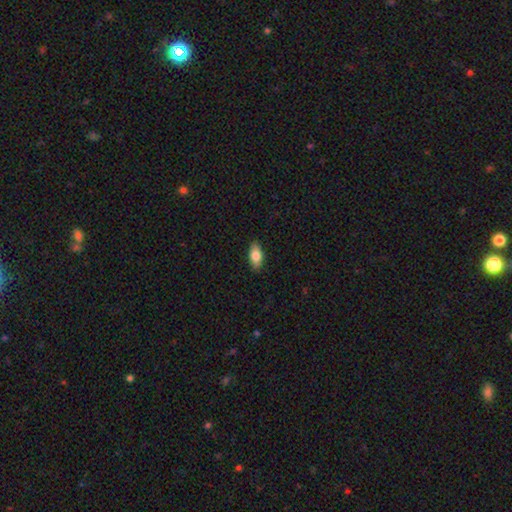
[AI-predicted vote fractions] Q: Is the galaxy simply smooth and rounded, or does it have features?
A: smooth — 82%.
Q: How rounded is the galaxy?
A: in between — 89%.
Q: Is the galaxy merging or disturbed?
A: none — 89%.